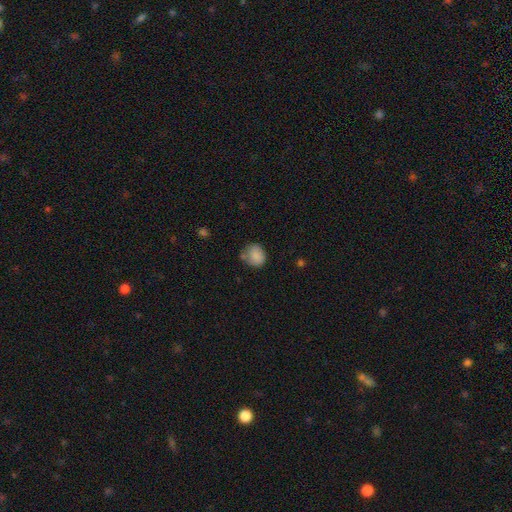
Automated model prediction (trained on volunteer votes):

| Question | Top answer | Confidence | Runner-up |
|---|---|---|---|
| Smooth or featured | smooth | 83% | star or artifact (9%) |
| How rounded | round | 67% | in between (32%) |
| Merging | none | 57% | minor disturbance (27%) |